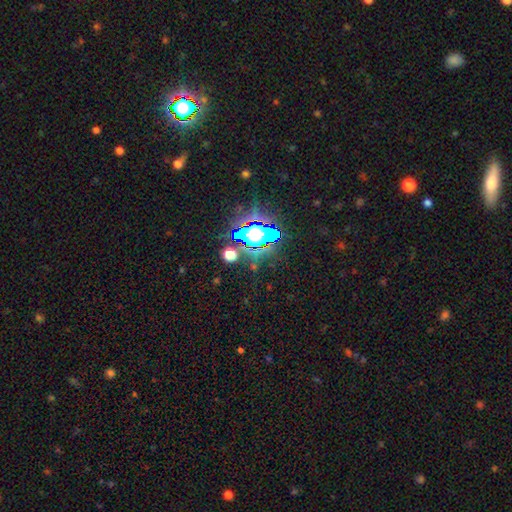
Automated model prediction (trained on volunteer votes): Smooth or featured? star or artifact (59%)